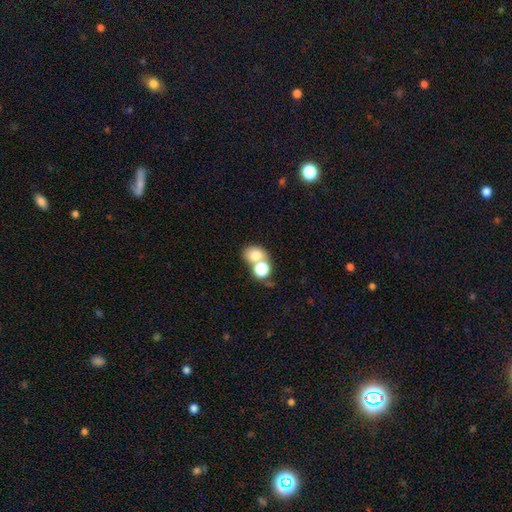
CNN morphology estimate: A smooth galaxy with no disk features (73%) that is round (54%).

Vote fractions:
- Smooth or featured? smooth: 73% / featured or disk: 14% / star or artifact: 13%
- How rounded? round: 54% / in between: 45% / cigar-shaped: 1%
- Merging? merger: 52% / none: 36% / minor disturbance: 8% / major disturbance: 4%